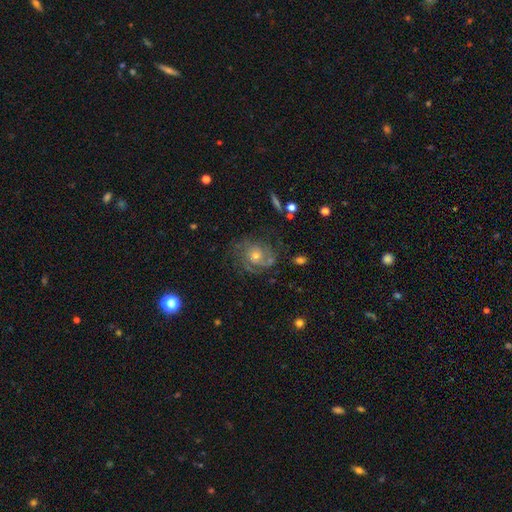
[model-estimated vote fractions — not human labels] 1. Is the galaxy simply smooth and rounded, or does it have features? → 74% featured or disk, 14% smooth, 12% star or artifact.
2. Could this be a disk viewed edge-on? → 97% no, 3% yes.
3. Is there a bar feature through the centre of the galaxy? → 76% no, 20% weak, 3% strong.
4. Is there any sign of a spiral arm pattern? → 92% yes, 8% no.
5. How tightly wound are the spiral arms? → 51% tight, 37% medium, 12% loose.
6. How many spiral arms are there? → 32% can't tell, 27% 2, 22% 3, 7% 1, 7% 4, 5% more than 4.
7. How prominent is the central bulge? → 52% moderate, 41% small, 3% large, 2% none, 1% dominant.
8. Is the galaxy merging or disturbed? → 68% none, 18% minor disturbance, 12% major disturbance, 2% merger.